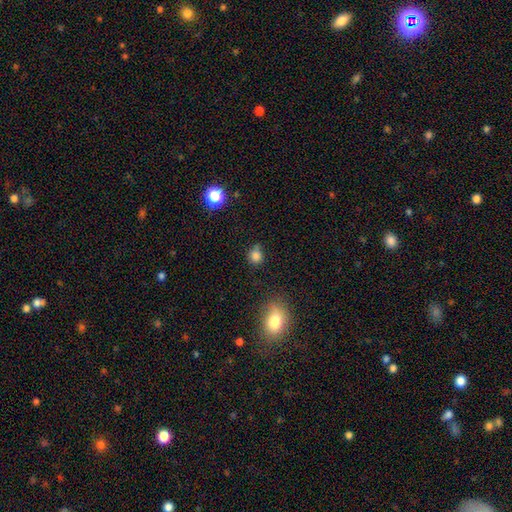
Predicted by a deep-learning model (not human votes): smooth-or-featured: smooth: 79% | star or artifact: 15% | featured or disk: 6%
  how-rounded: round: 82% | in between: 16% | cigar-shaped: 1%
  merging: none: 62% | minor disturbance: 21% | merger: 11% | major disturbance: 6%